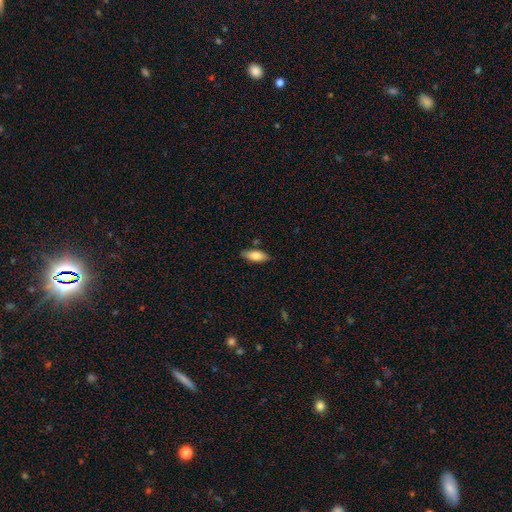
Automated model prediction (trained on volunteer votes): Smooth or featured? Predicted: smooth (p=0.80). How rounded? Predicted: in between (p=0.80). Merging? Predicted: none (p=0.82).